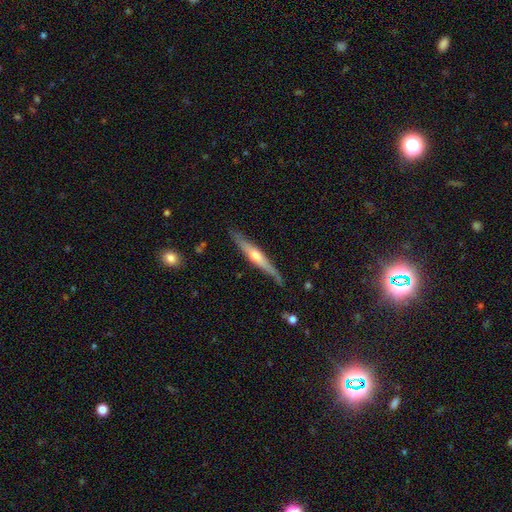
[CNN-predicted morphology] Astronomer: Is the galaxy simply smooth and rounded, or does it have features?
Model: featured or disk — 67%.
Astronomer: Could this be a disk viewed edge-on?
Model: yes — 96%.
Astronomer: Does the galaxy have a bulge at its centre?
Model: rounded — 86%.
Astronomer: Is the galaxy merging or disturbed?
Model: none — 82%.